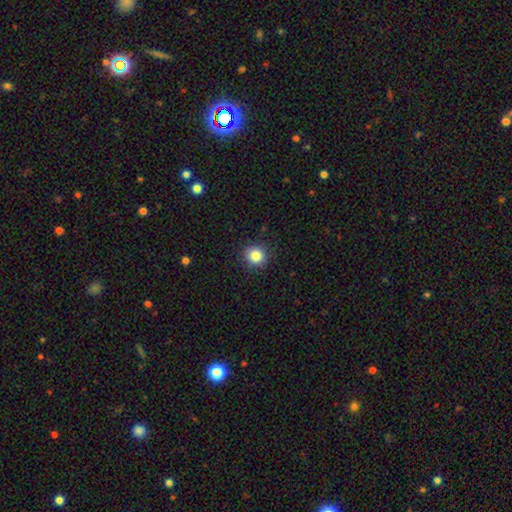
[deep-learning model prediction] smooth-or-featured: smooth: 84% | star or artifact: 11% | featured or disk: 5%
  how-rounded: round: 92% | in between: 7% | cigar-shaped: 1%
  merging: none: 91% | minor disturbance: 6% | major disturbance: 2% | merger: 1%